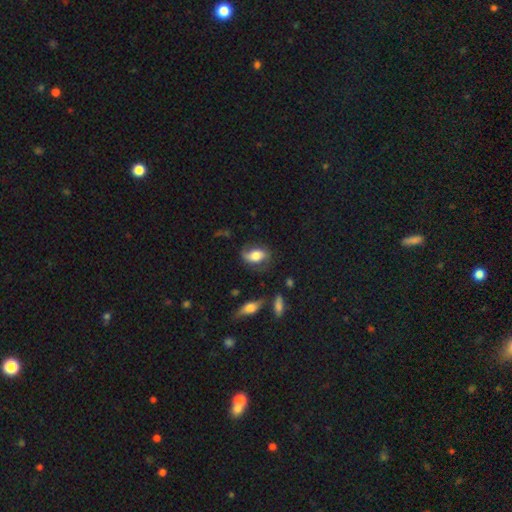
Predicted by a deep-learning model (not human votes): A smooth galaxy with no disk features (47%).

Vote fractions:
- Smooth or featured? smooth: 47% / featured or disk: 45% / star or artifact: 8%
- Merging? none: 59% / minor disturbance: 24% / major disturbance: 14% / merger: 3%